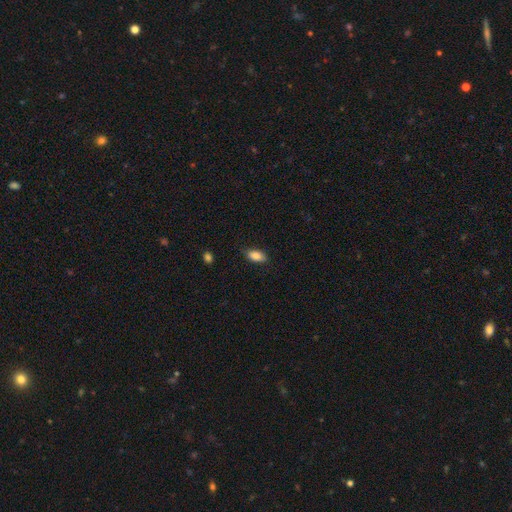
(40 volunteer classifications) This appears to be a smooth galaxy with no disk features (80%) that is in between round and cigar-shaped (94%). Merging: none (80%).